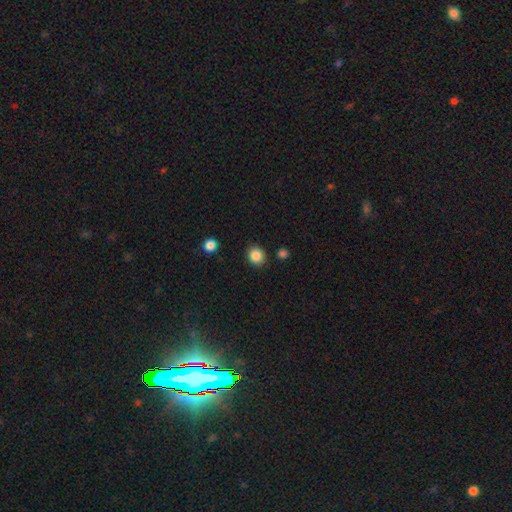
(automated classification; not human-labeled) This is clearly a smooth galaxy (87%). How rounded: clearly round (81%). Merging: clearly none (87%).